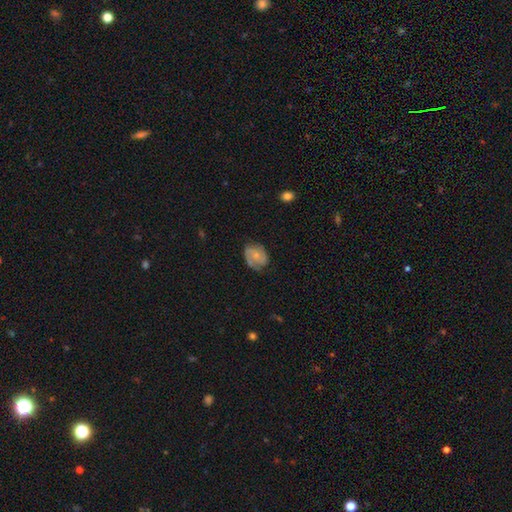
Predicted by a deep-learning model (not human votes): A featured or disk galaxy (47%).

Vote fractions:
- Smooth or featured? featured or disk: 47% / smooth: 46% / star or artifact: 7%
- Merging? none: 62% / minor disturbance: 27% / major disturbance: 10% / merger: 1%